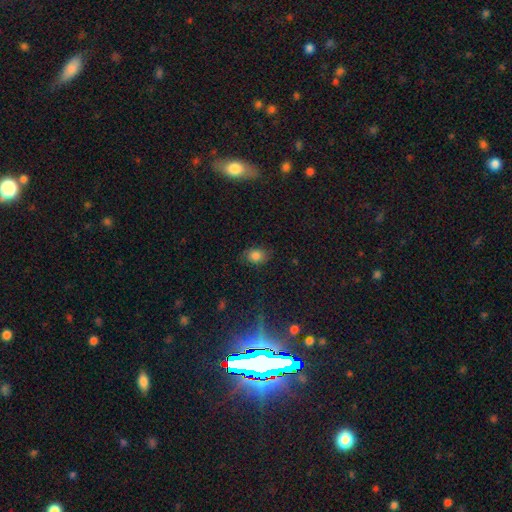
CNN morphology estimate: The model was most divided on "how rounded": in between: 62%, round: 37%, cigar-shaped: 1%. More confident: smooth or featured — smooth (80%); merging — none (76%).